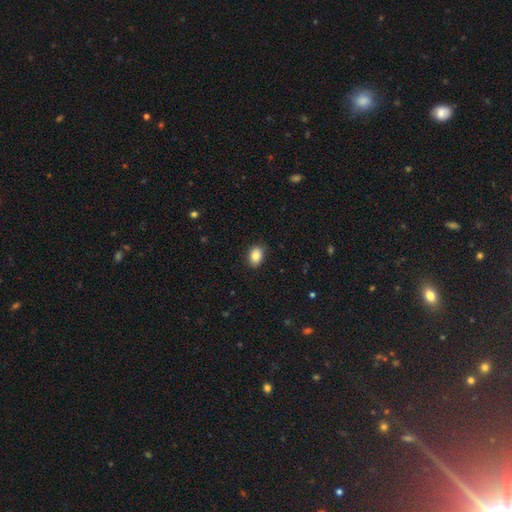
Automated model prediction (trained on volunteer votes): Q: Smooth or featured?
A: smooth (85%); runner-up: star or artifact (8%)
Q: How rounded?
A: in between (76%); runner-up: round (23%)
Q: Merging?
A: none (87%); runner-up: minor disturbance (10%)